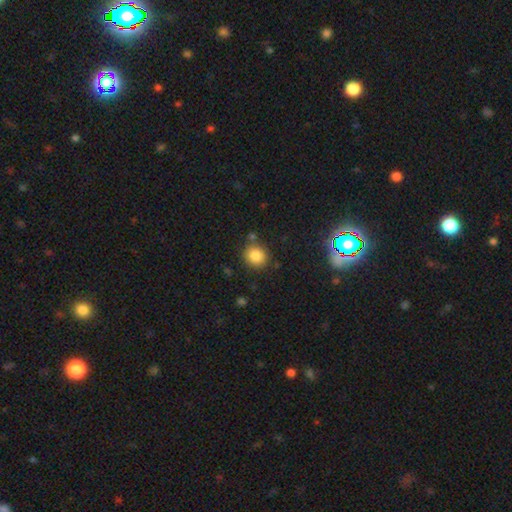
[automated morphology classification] smooth_or_featured: smooth (p=0.83) [alt: star or artifact p=0.11]
how_rounded: round (p=0.83) [alt: in between p=0.16]
merging: none (p=0.82) [alt: minor disturbance p=0.09]